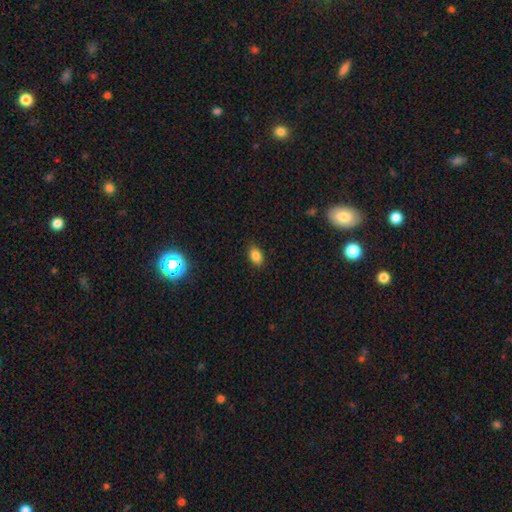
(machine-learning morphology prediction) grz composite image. It shows a smooth galaxy with no disk features (85%) that is in between round and cigar-shaped (87%). Merging: none (87%).